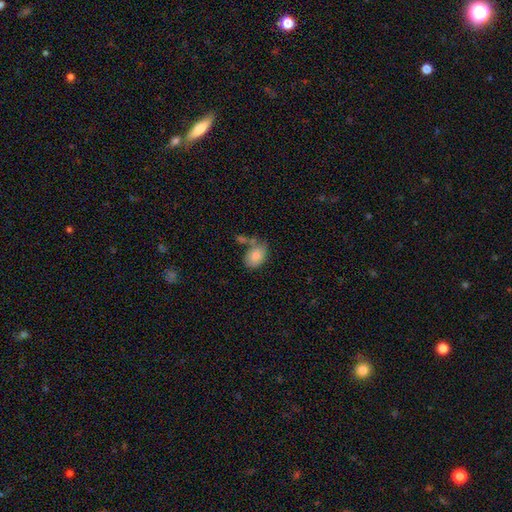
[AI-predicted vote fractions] Overall: smooth (79%). How rounded: in between (80%). Merging: none (52%; minor disturbance 20%).